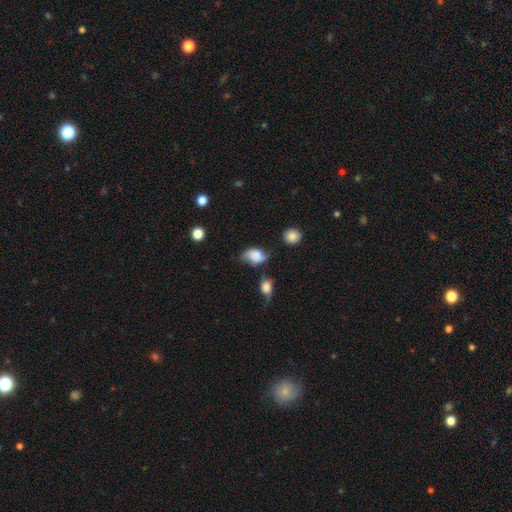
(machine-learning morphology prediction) This is likely a smooth galaxy (62%). How rounded: likely in between (78%). Merging: marginally none (45%).